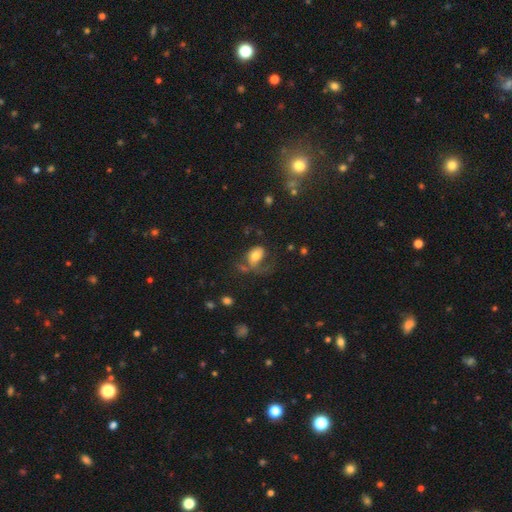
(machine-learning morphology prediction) Smooth or featured? Predicted: smooth (p=0.60). How rounded? Predicted: in between (p=0.79). Merging? Predicted: major disturbance (p=0.41).